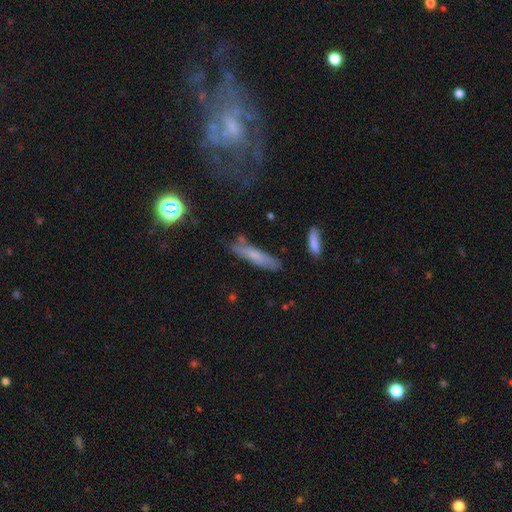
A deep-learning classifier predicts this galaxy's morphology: This appears to be a smooth galaxy with no disk features (62%) that is cigar-shaped (85%). Merging: none (70%).